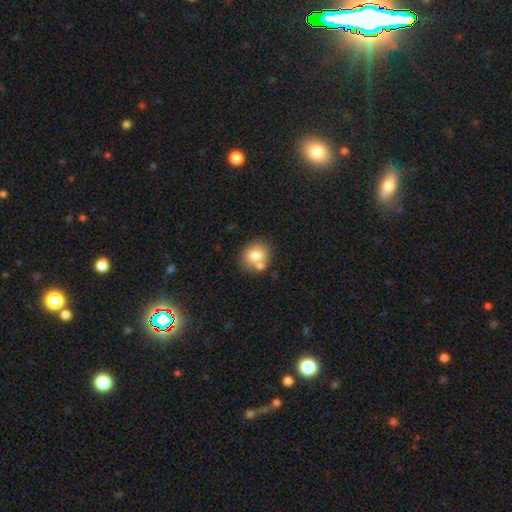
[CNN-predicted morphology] Smooth or featured?
  - smooth: 75% *
  - featured or disk: 15%
  - star or artifact: 10%
How rounded?
  - round: 67% *
  - in between: 32%
  - cigar-shaped: 1%
Merging?
  - none: 61% *
  - merger: 23%
  - minor disturbance: 12%
  - major disturbance: 3%